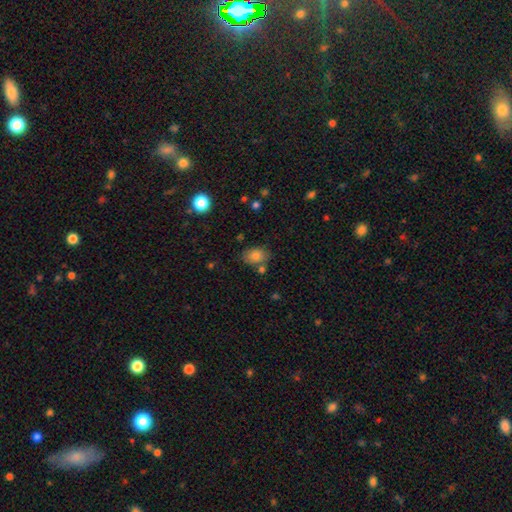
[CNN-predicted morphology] smooth 82%, star or artifact 10%, featured or disk 8%. Down the decision tree: how rounded — in between (72%); merging — none (69%).